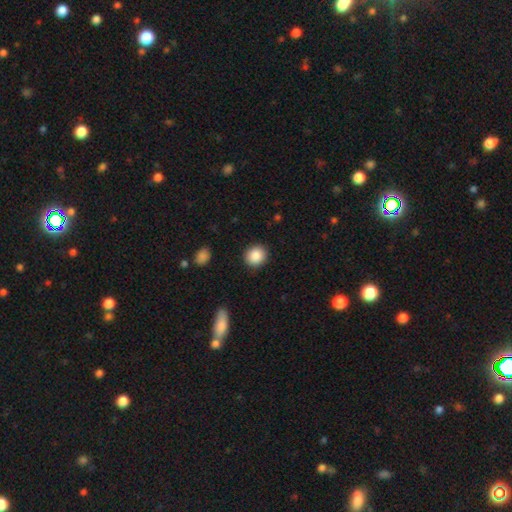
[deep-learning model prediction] A smooth galaxy with no disk features (88%) that is round (82%). Merging: none (90%).